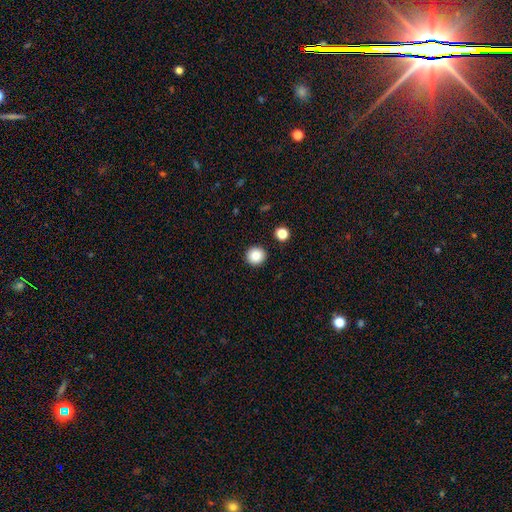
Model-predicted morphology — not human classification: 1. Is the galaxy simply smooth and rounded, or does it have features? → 85% smooth, 10% star or artifact, 5% featured or disk.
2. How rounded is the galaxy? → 95% round, 4% in between, 1% cigar-shaped.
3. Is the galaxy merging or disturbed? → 92% none, 4% minor disturbance, 2% merger, 2% major disturbance.